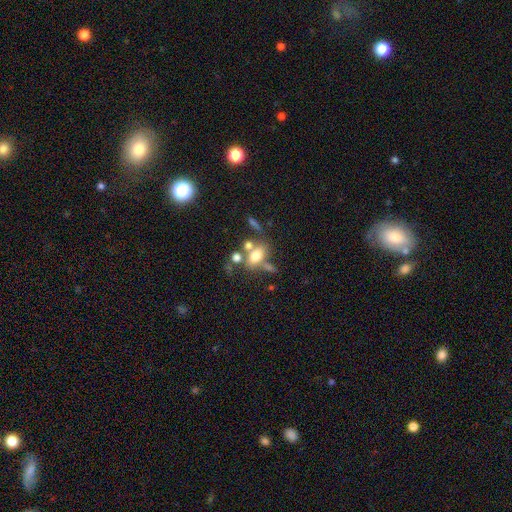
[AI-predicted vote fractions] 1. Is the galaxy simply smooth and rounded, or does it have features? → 63% smooth, 24% featured or disk, 12% star or artifact.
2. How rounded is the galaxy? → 78% in between, 16% round, 6% cigar-shaped.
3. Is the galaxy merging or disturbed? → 43% none, 32% merger, 14% minor disturbance, 10% major disturbance.